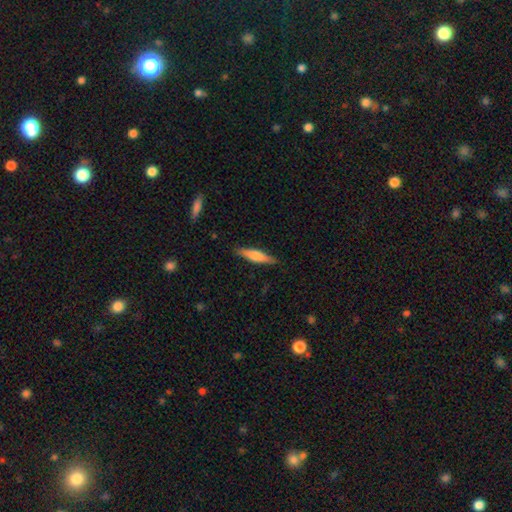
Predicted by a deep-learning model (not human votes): smooth-or-featured: smooth: 57% | featured or disk: 38% | star or artifact: 6%
  how-rounded: cigar-shaped: 82% | in between: 17% | round: 2%
  merging: none: 88% | minor disturbance: 9% | major disturbance: 2% | merger: 1%